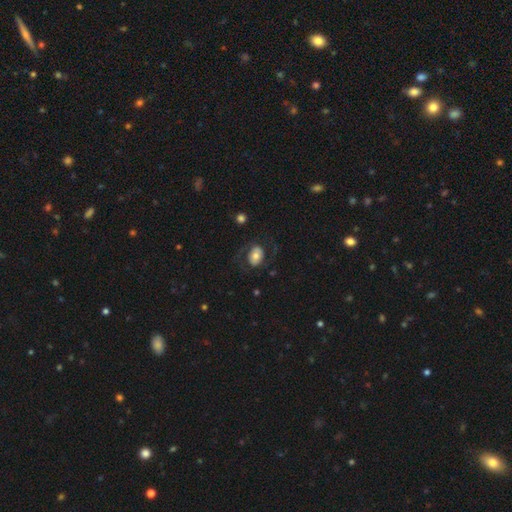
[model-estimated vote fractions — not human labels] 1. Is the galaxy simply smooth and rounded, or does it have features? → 57% smooth, 36% featured or disk, 7% star or artifact.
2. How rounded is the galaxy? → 75% in between, 24% round, 1% cigar-shaped.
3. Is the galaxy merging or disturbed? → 69% none, 16% major disturbance, 14% minor disturbance, 2% merger.